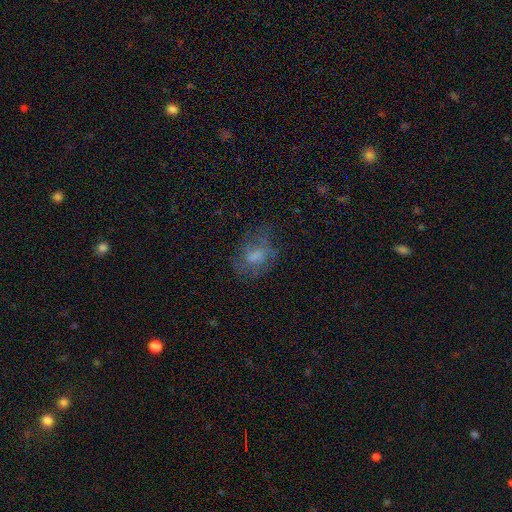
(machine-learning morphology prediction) The model was most divided on "smooth or featured": smooth: 52%, featured or disk: 35%, star or artifact: 13%. More confident: how rounded — in between (72%); merging — none (53%).